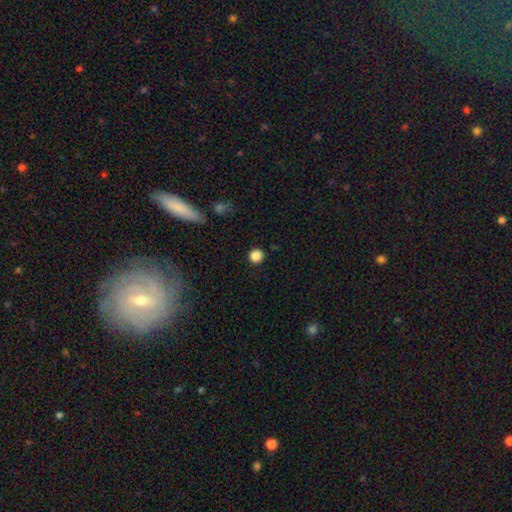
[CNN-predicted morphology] Smooth or featured? Predicted: smooth (p=0.86). How rounded? Predicted: round (p=0.96). Merging? Predicted: none (p=0.92).